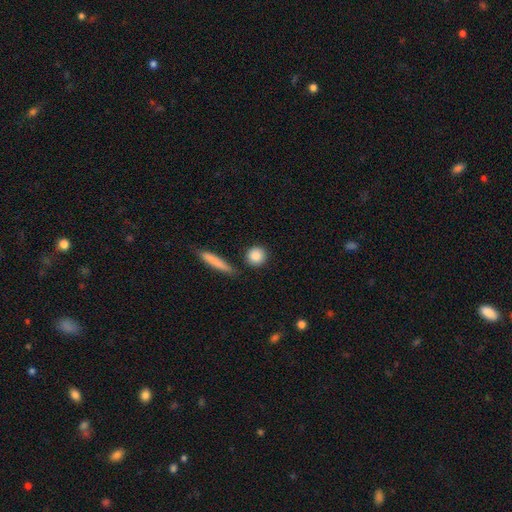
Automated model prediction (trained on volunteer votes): smooth-or-featured: smooth: 86% | star or artifact: 7% | featured or disk: 7%
  how-rounded: round: 87% | in between: 9% | cigar-shaped: 4%
  merging: none: 84% | minor disturbance: 8% | merger: 5% | major disturbance: 3%